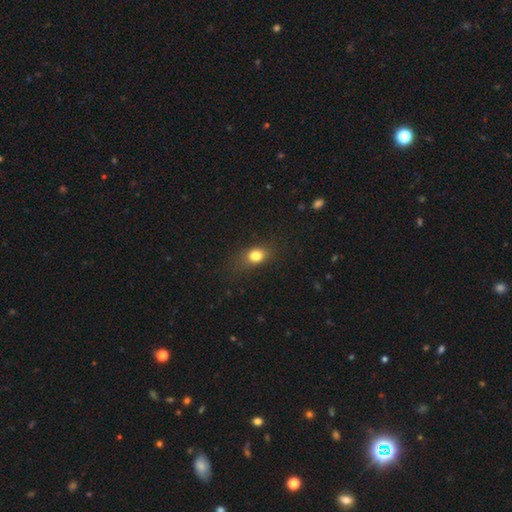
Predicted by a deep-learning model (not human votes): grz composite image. It shows a smooth galaxy with no disk features (81%) that is in between round and cigar-shaped (59%). Merging: none (73%).